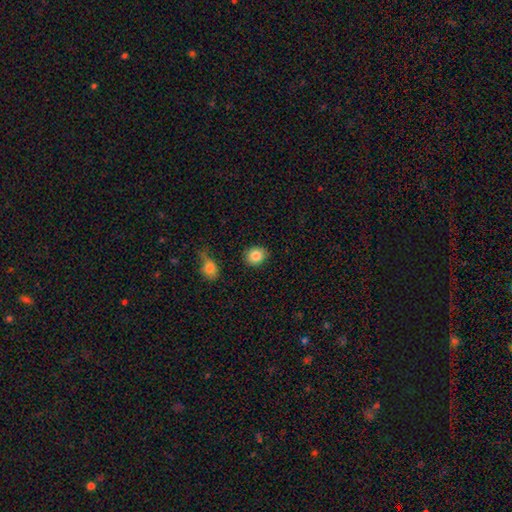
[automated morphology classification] A smooth galaxy with no disk features (85%) that is round (72%).

Vote fractions:
- Smooth or featured? smooth: 85% / star or artifact: 8% / featured or disk: 6%
- How rounded? round: 72% / in between: 27% / cigar-shaped: 1%
- Merging? none: 86% / minor disturbance: 9% / merger: 3% / major disturbance: 2%